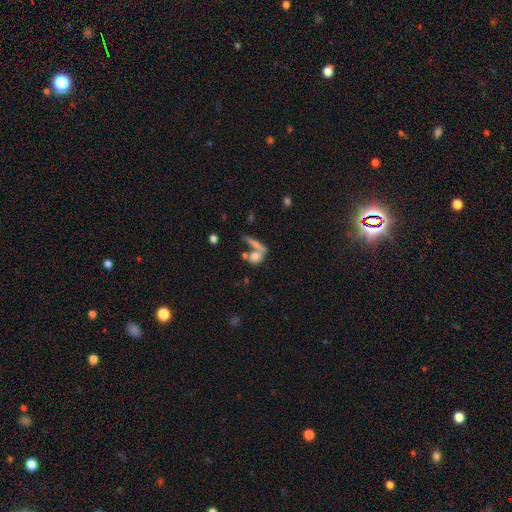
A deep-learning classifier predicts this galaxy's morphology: smooth 68%, featured or disk 21%, star or artifact 11%. Down the decision tree: how rounded — in between (47%); merging — merger (45%).